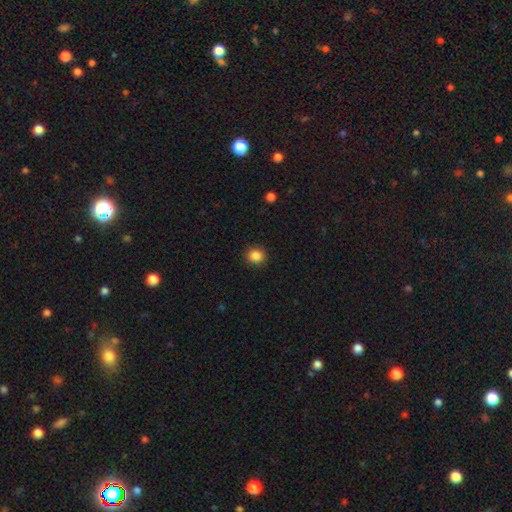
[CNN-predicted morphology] A smooth galaxy with no disk features (86%) that is round (88%). Merging: none (91%).